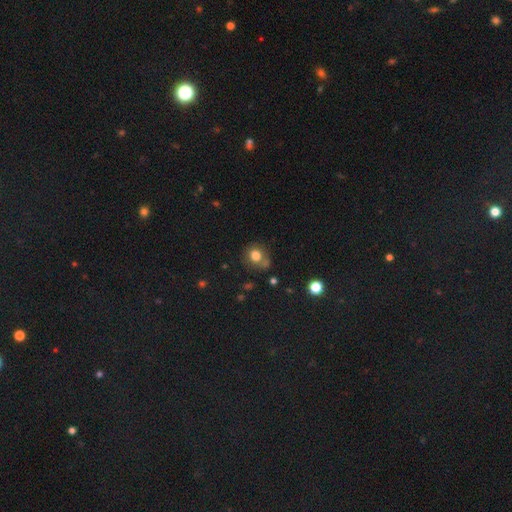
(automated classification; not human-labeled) smooth_or_featured: smooth (p=0.78) [alt: star or artifact p=0.13]
how_rounded: round (p=0.79) [alt: in between p=0.20]
merging: none (p=0.60) [alt: minor disturbance p=0.19]